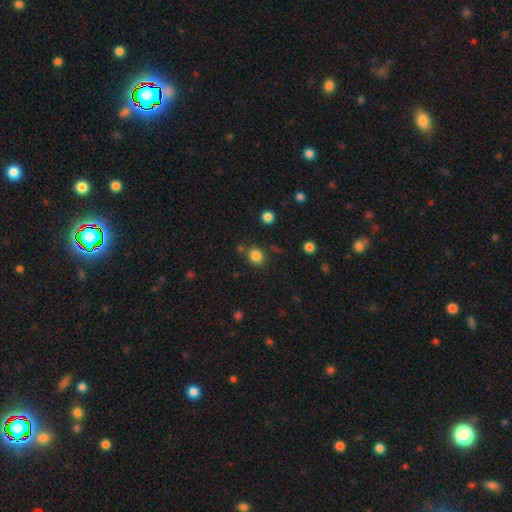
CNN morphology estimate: The model was most divided on "how rounded": round: 82%, in between: 17%, cigar-shaped: 1%. More confident: smooth or featured — smooth (83%); merging — none (80%).